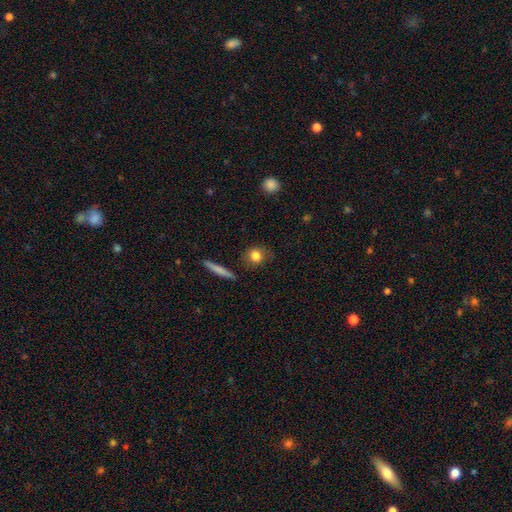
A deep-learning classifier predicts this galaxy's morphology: A smooth galaxy with no disk features (81%) that is round (69%). Merging: none (76%).